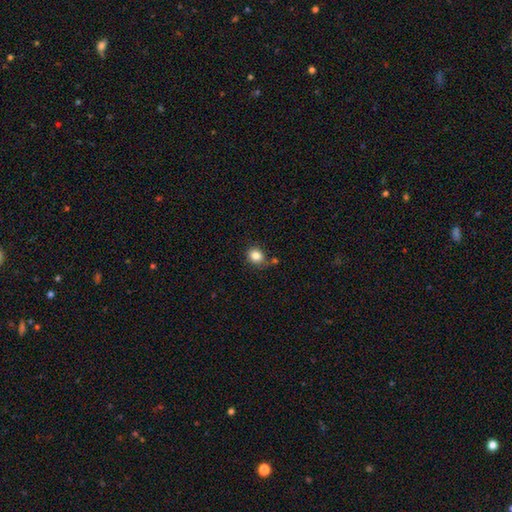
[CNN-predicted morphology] smooth_or_featured: smooth (p=0.84) [alt: star or artifact p=0.10]
how_rounded: round (p=0.65) [alt: in between p=0.34]
merging: none (p=0.70) [alt: minor disturbance p=0.17]